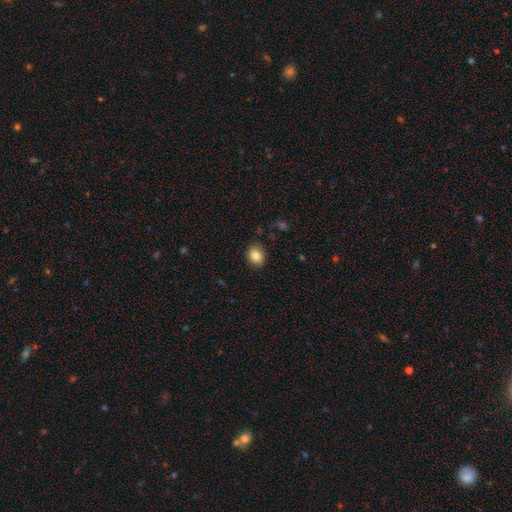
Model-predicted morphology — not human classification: Smooth or featured? Predicted: smooth (p=0.84). How rounded? Predicted: round (p=0.51). Merging? Predicted: none (p=0.87).